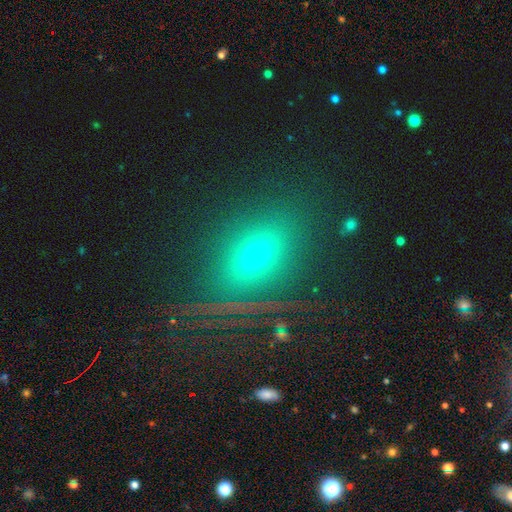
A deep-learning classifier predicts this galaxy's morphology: Q: Smooth or featured?
A: smooth (53%); runner-up: star or artifact (30%)
Q: How rounded?
A: in between (58%); runner-up: round (36%)
Q: Merging?
A: none (81%); runner-up: minor disturbance (10%)